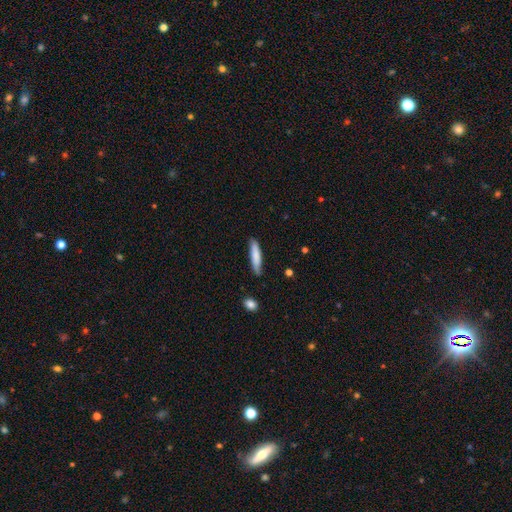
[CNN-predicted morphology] Overall: smooth (79%). How rounded: cigar-shaped (84%). Merging: none (80%).